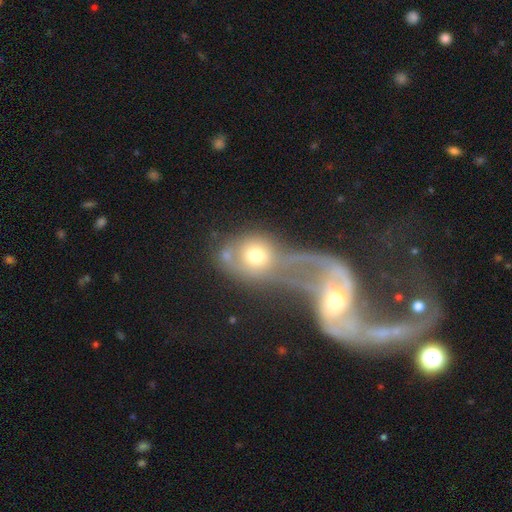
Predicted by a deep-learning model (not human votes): Overall: smooth (47%; featured or disk 42%). Merging: merger (63%).